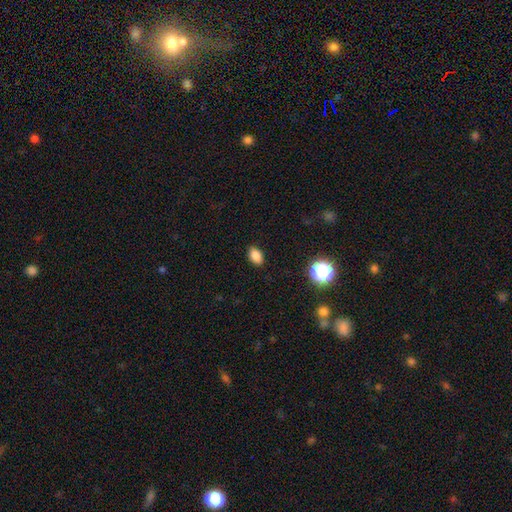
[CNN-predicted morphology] This appears to be a smooth galaxy with no disk features (84%) that is in between round and cigar-shaped (86%). Merging: none (89%).